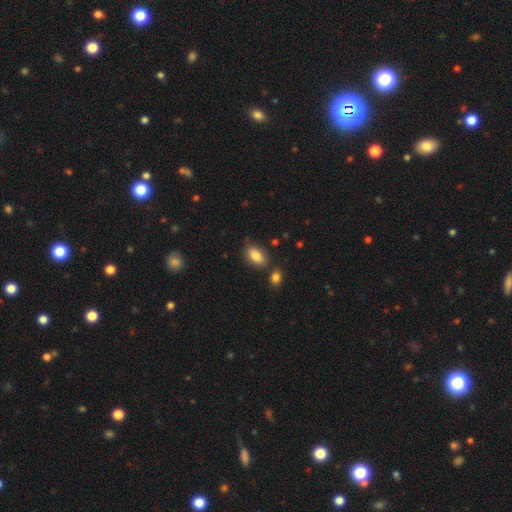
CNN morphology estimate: This is clearly a smooth galaxy (85%). How rounded: clearly in between (91%). Merging: likely none (74%).